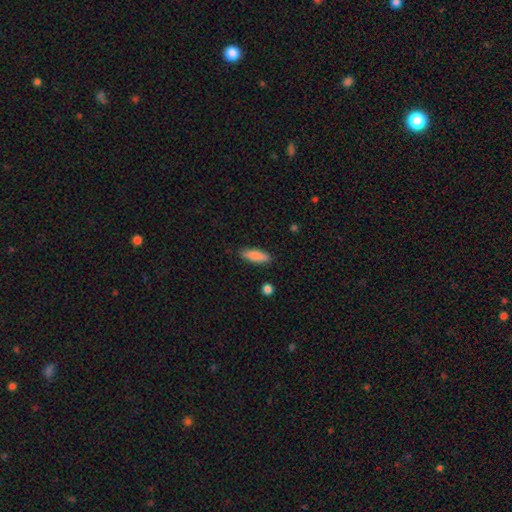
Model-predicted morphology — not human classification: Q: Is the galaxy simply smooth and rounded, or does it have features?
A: smooth — 87%.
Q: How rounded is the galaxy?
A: in between — 55%.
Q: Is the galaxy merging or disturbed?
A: none — 85%.